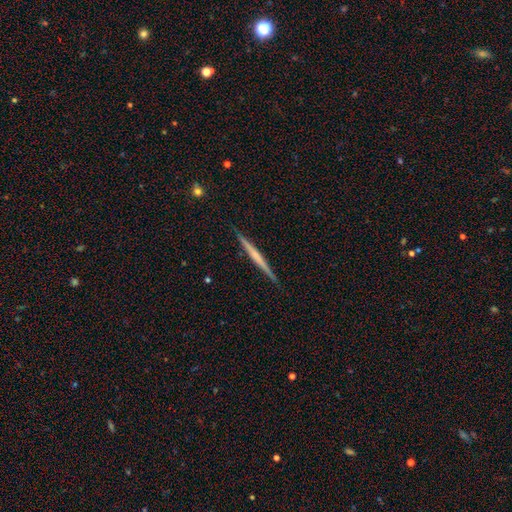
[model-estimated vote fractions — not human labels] Smooth or featured? featured or disk (60%)
Edge-on disk? yes (98%)
Edge-on bulge? none (73%)
Merging? none (91%)